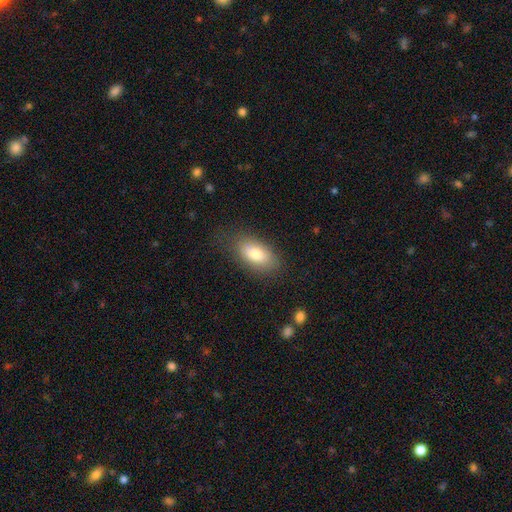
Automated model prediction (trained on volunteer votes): This appears to be a smooth galaxy with no disk features (79%) that is in between round and cigar-shaped (91%). Merging: none (79%).